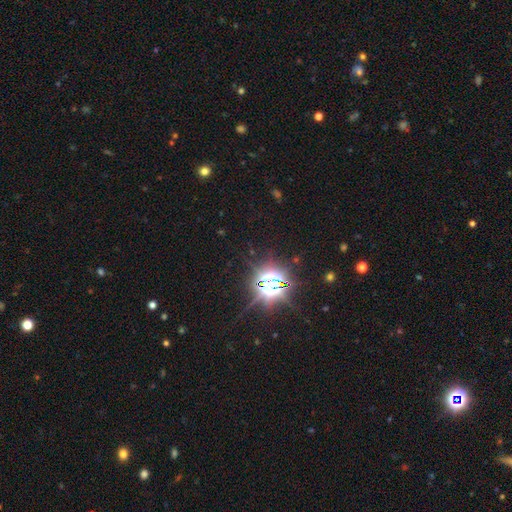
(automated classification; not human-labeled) The model was most divided on "smooth or featured": star or artifact: 85%, smooth: 9%, featured or disk: 6%.